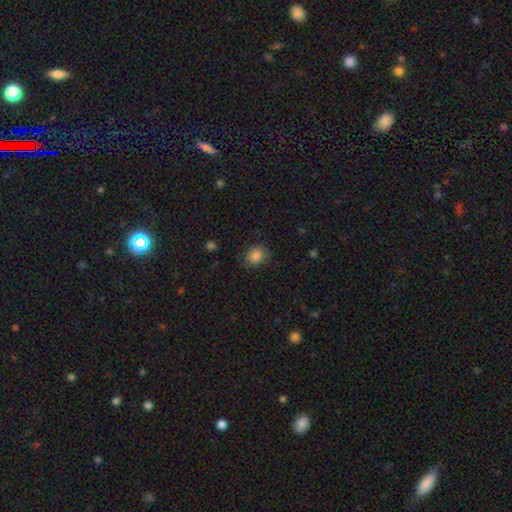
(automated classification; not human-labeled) Overall: smooth (84%). How rounded: round (70%). Merging: none (80%).